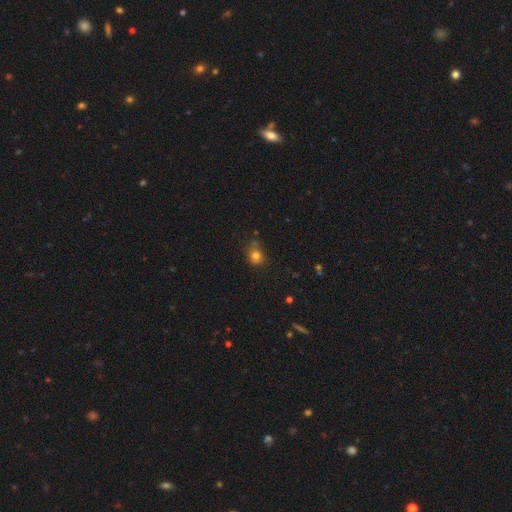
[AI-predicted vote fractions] Overall: smooth (77%). How rounded: round (66%; in between 32%). Merging: none (57%; minor disturbance 26%).